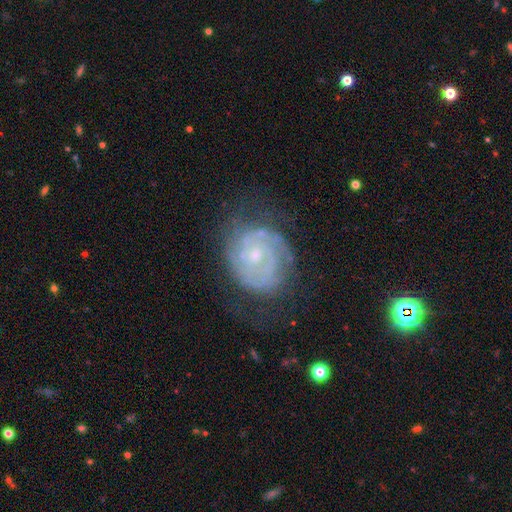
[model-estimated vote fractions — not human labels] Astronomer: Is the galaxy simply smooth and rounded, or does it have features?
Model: featured or disk — 81%.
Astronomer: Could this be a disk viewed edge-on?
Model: no — 98%.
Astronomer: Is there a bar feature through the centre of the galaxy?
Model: no — 71%.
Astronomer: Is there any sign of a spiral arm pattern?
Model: yes — 92%.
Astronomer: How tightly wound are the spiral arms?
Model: tight — 71%.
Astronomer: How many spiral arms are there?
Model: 2 — 38% (runner-up: can't tell, 33%).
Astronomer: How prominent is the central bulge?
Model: small — 68%.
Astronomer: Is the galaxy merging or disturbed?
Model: none — 65%.